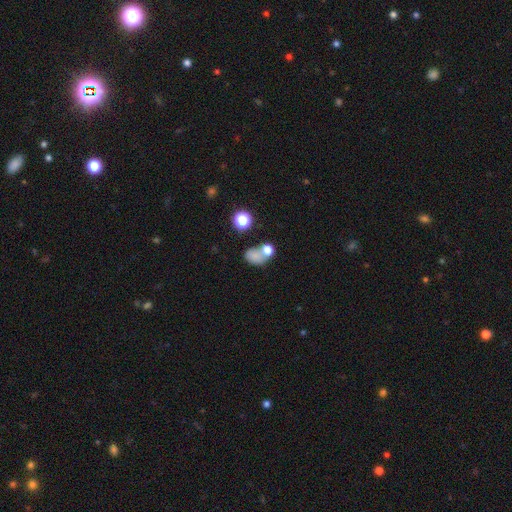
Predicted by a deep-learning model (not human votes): A smooth galaxy with no disk features (74%) that is in between round and cigar-shaped (65%). Merging: none (40%).